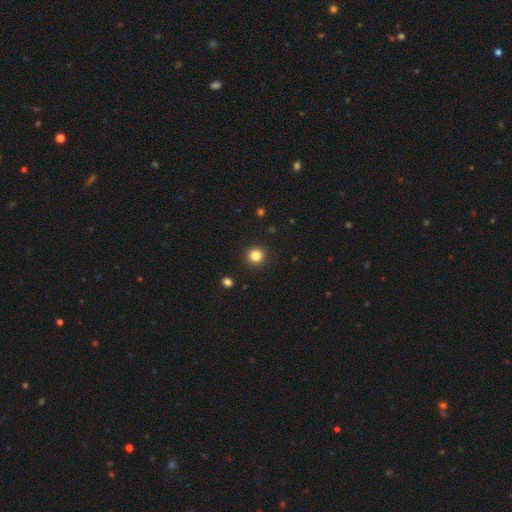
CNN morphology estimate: Smooth or featured?
  - smooth: 83% *
  - star or artifact: 13%
  - featured or disk: 4%
How rounded?
  - round: 94% *
  - in between: 5%
  - cigar-shaped: 1%
Merging?
  - none: 93% *
  - minor disturbance: 5%
  - major disturbance: 2%
  - merger: 1%